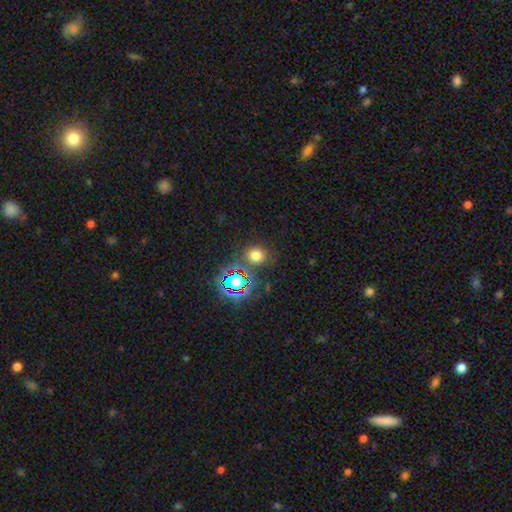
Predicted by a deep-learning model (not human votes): A smooth galaxy with no disk features (66%) that is round (76%). Merging: none (79%).